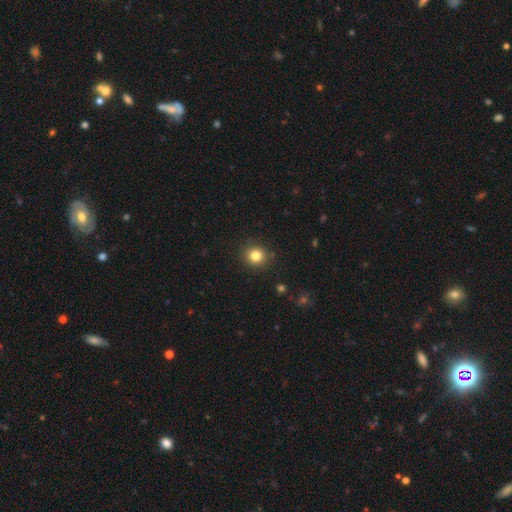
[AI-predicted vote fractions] Overall: smooth (83%). How rounded: round (88%). Merging: none (90%).